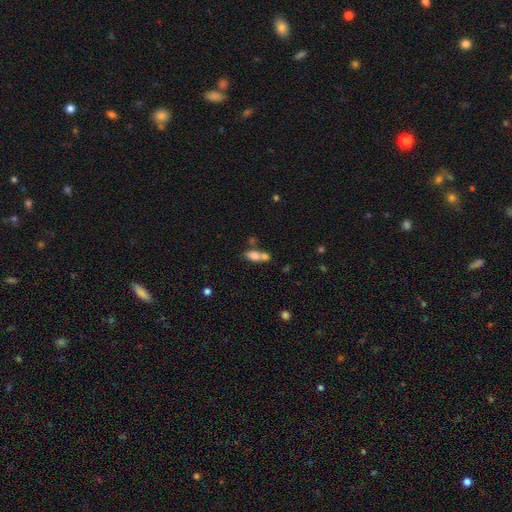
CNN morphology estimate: type=smooth (73%); roundness=in between (76%); merging=merger (51%).